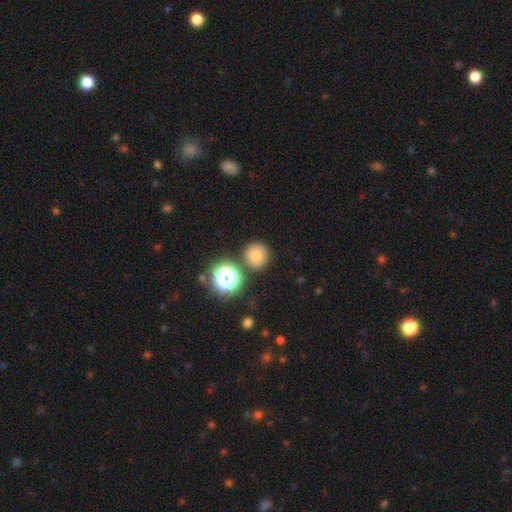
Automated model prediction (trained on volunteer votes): smooth 77%, star or artifact 15%, featured or disk 8%. Down the decision tree: how rounded — round (93%); merging — none (82%).